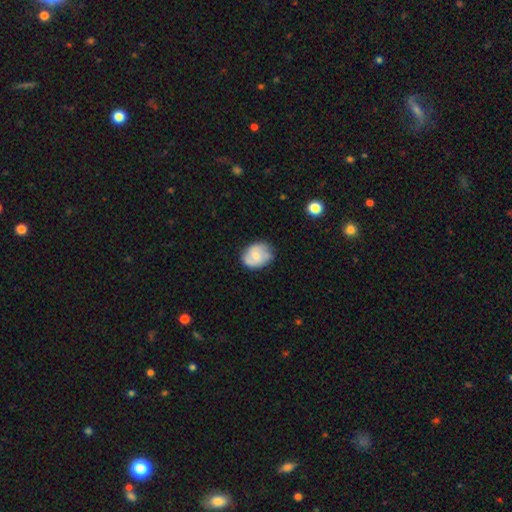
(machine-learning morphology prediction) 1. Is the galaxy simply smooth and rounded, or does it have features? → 52% smooth, 41% featured or disk, 7% star or artifact.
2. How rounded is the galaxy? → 50% in between, 49% round, 1% cigar-shaped.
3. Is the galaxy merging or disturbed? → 69% none, 24% minor disturbance, 5% major disturbance, 2% merger.